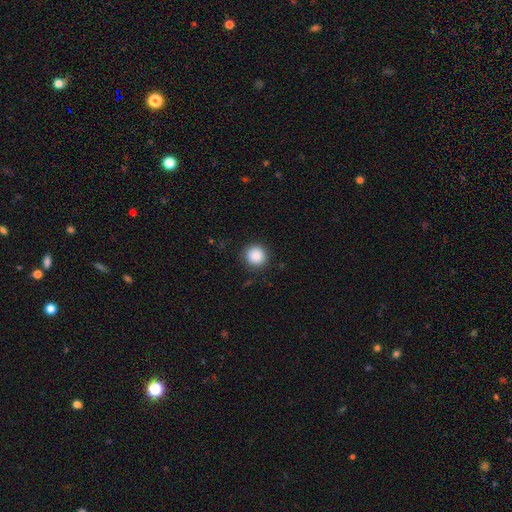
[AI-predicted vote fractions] This appears to be a smooth galaxy with no disk features (88%) that is round (95%). Merging: none (89%).